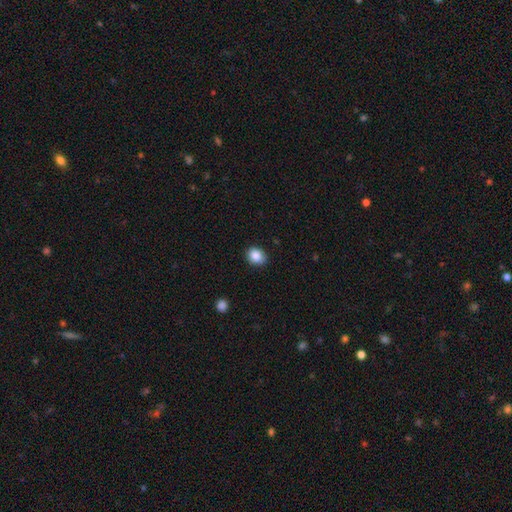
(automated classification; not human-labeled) A smooth galaxy with no disk features (87%) that is round (57%). Merging: none (85%).